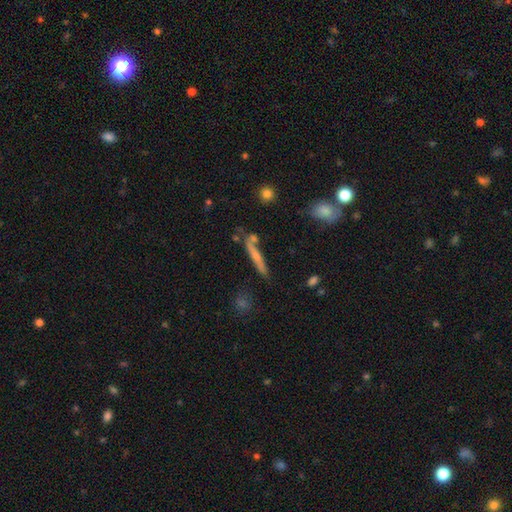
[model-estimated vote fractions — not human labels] Smooth or featured? smooth (53%)
How rounded? cigar-shaped (91%)
Merging? none (67%)